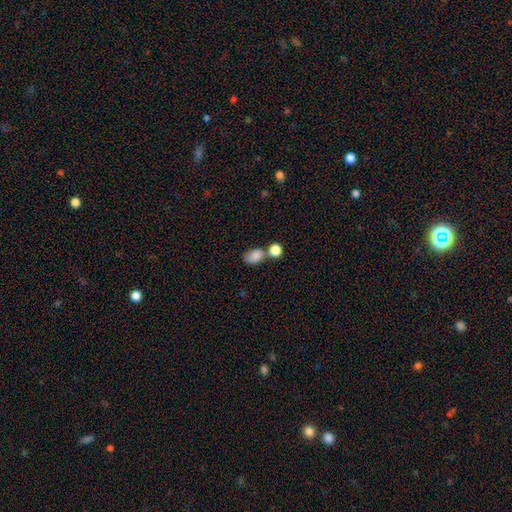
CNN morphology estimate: Smooth or featured? smooth (80%)
How rounded? in between (72%)
Merging? merger (42%)